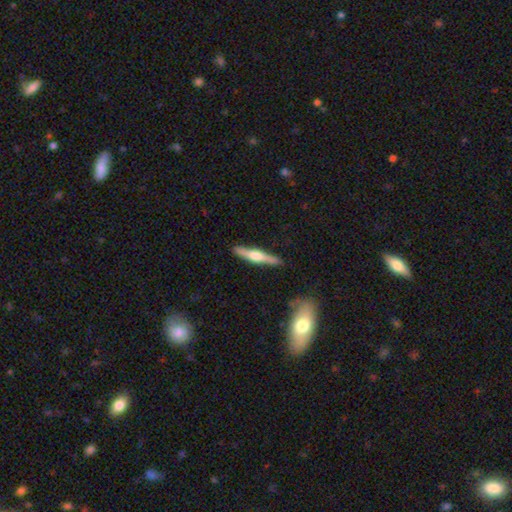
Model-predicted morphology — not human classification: smooth-or-featured: featured or disk: 63% | smooth: 32% | star or artifact: 5%
  disk-edge-on: yes: 96% | no: 4%
    edge-on-bulge: rounded: 82% | boxy: 13% | none: 5%
  merging: none: 88% | minor disturbance: 9% | major disturbance: 2% | merger: 2%